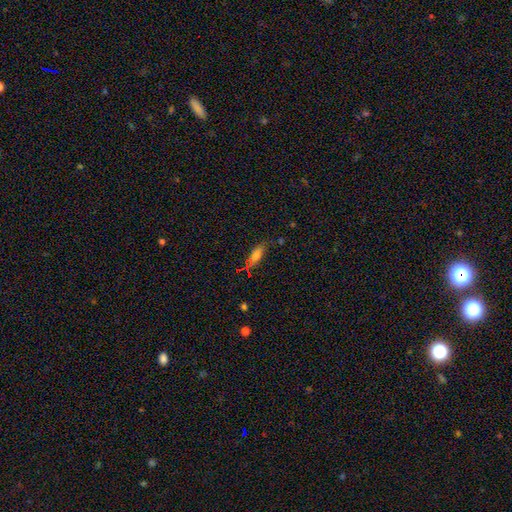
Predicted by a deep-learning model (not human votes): The model was most divided on "how rounded": in between: 55%, cigar-shaped: 39%, round: 6%. More confident: merging — none (72%); smooth or featured — smooth (55%).